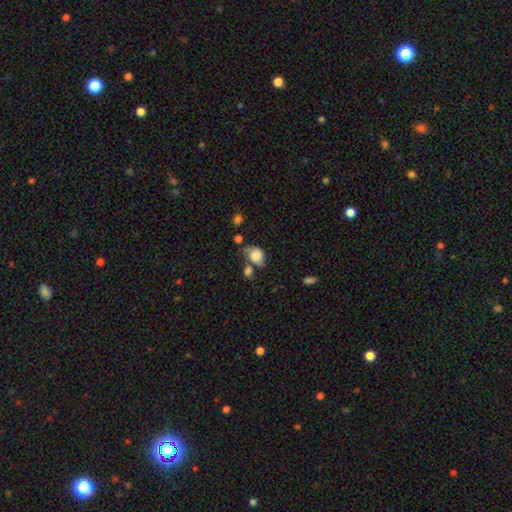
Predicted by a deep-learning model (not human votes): smooth 68%, featured or disk 22%, star or artifact 10%. Down the decision tree: how rounded — in between (63%); merging — none (32%).